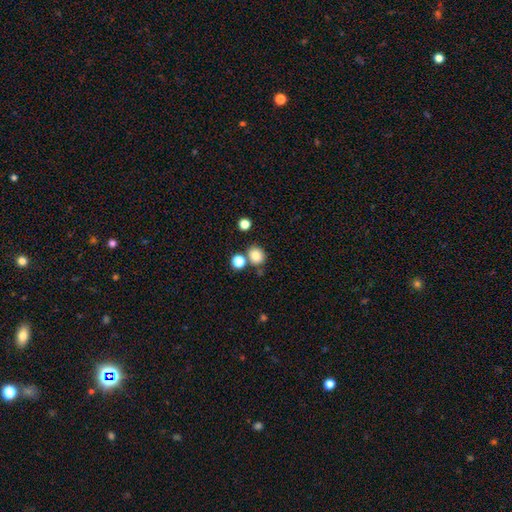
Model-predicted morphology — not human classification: smooth 82%, star or artifact 12%, featured or disk 6%. Down the decision tree: how rounded — round (76%); merging — none (73%).